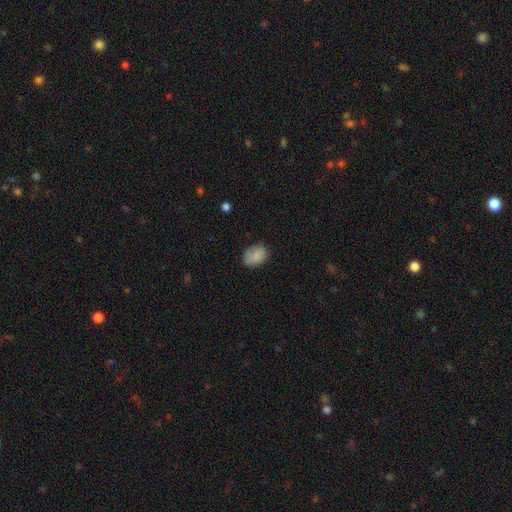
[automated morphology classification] Q: Smooth or featured?
A: smooth (83%); runner-up: featured or disk (9%)
Q: How rounded?
A: in between (70%); runner-up: round (29%)
Q: Merging?
A: none (75%); runner-up: minor disturbance (20%)